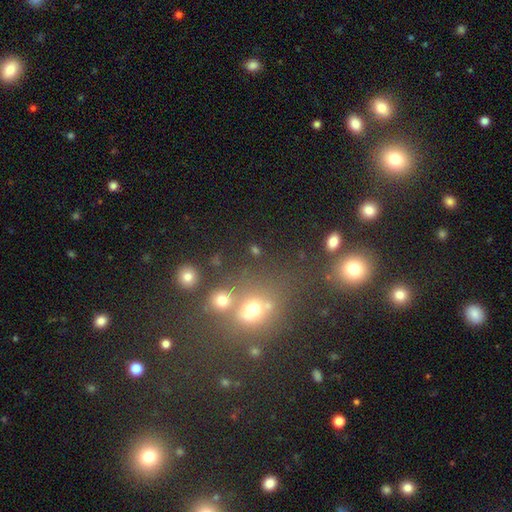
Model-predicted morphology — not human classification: smooth 50%, star or artifact 37%, featured or disk 13%. Down the decision tree: merging — none (58%).